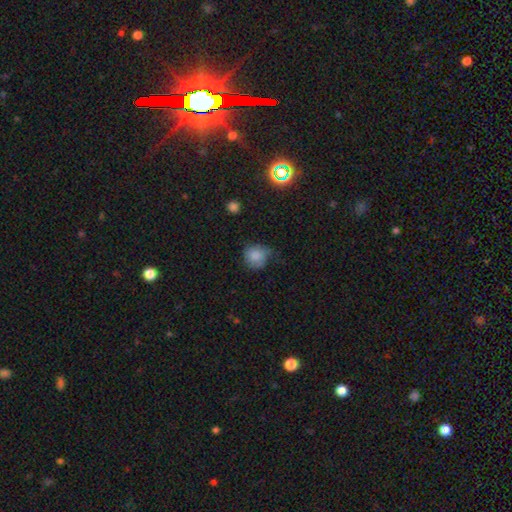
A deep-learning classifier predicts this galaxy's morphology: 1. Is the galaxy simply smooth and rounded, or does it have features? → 82% smooth, 10% star or artifact, 8% featured or disk.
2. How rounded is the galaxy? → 85% round, 14% in between, 1% cigar-shaped.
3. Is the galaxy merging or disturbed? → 52% none, 35% minor disturbance, 11% major disturbance, 2% merger.